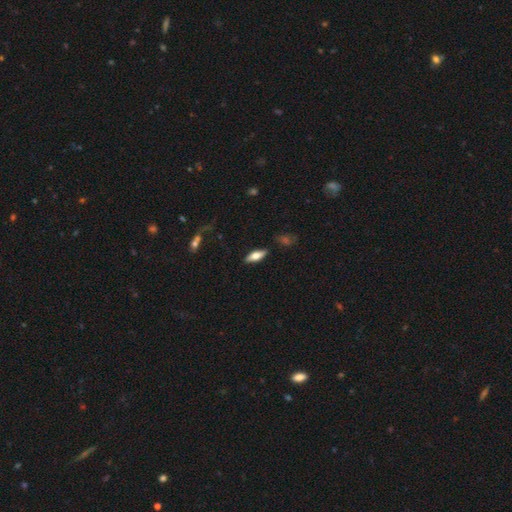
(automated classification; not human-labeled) smooth_or_featured: smooth (p=0.63) [alt: featured or disk p=0.31]
how_rounded: in between (p=0.69) [alt: cigar-shaped p=0.29]
merging: none (p=0.87) [alt: minor disturbance p=0.09]